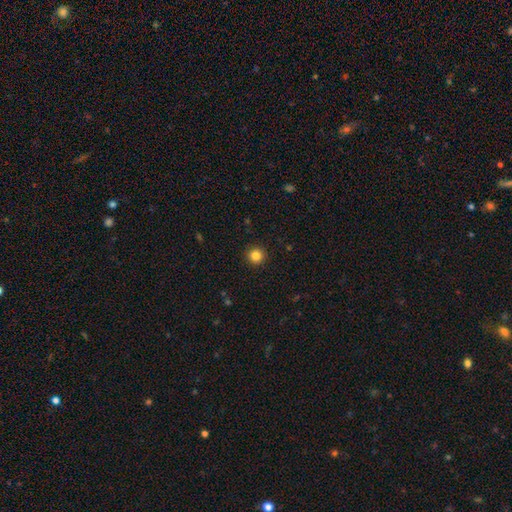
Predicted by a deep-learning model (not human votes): Overall: smooth (84%). How rounded: round (95%). Merging: none (93%).